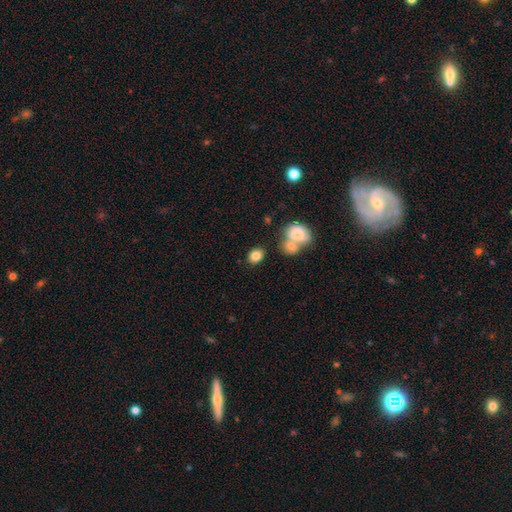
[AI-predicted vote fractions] This is clearly a smooth galaxy (84%). How rounded: possibly in between (56%). Merging: likely none (70%).